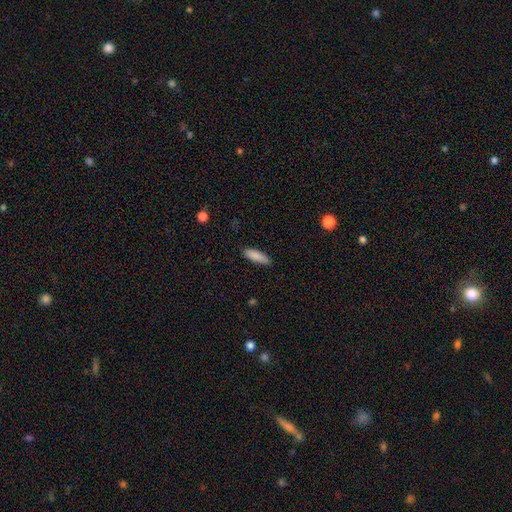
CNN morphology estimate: type=smooth (88%); roundness=cigar-shaped (52%); merging=none (86%).